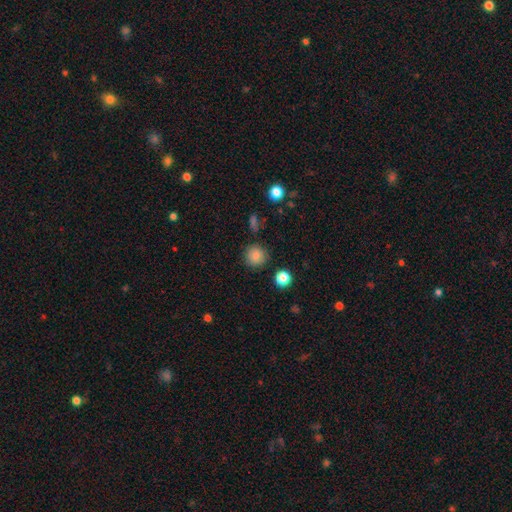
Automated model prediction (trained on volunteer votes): Smooth or featured: smooth — 84% (star or artifact — 11%)
How rounded: round — 93% (in between — 6%)
Merging: none — 87% (minor disturbance — 8%)